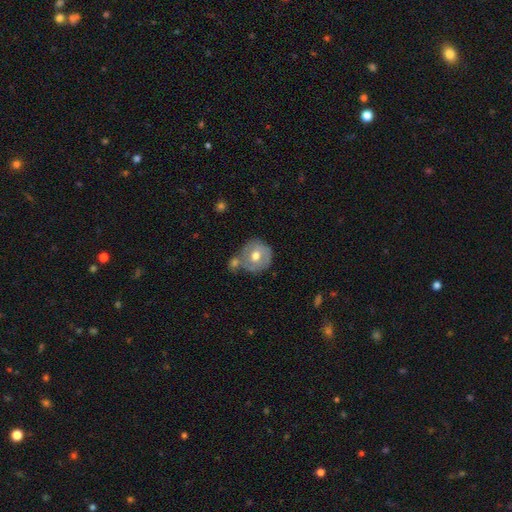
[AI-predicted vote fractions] Smooth or featured? smooth (53%)
How rounded? round (87%)
Merging? none (43%)